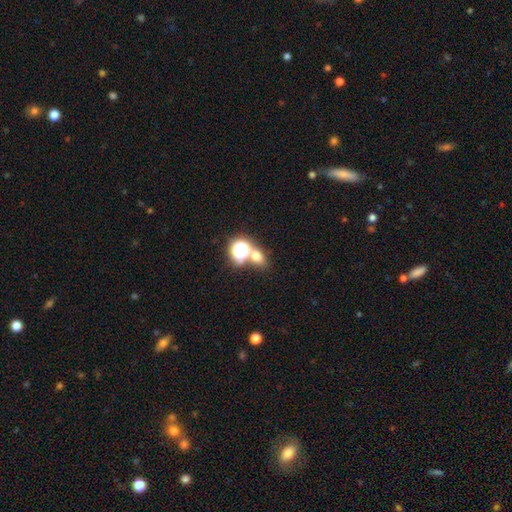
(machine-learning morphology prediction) A smooth galaxy with no disk features (60%) that is in between round and cigar-shaped (50%). Merging: none (58%).